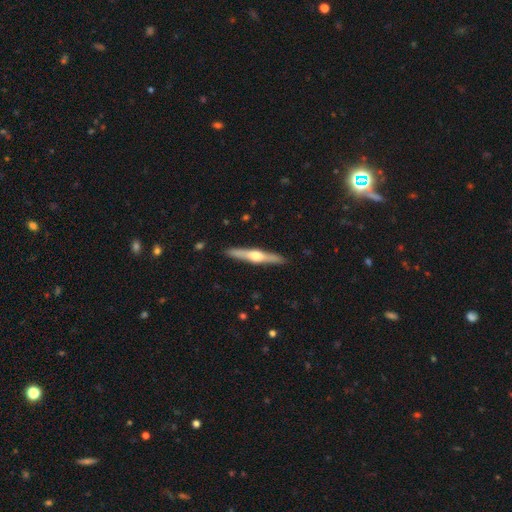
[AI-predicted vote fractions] Smooth or featured: featured or disk — 68% (smooth — 27%)
Edge-on disk: yes — 97% (no — 3%)
Edge-on bulge: rounded — 93% (boxy — 4%)
Merging: none — 91% (minor disturbance — 6%)